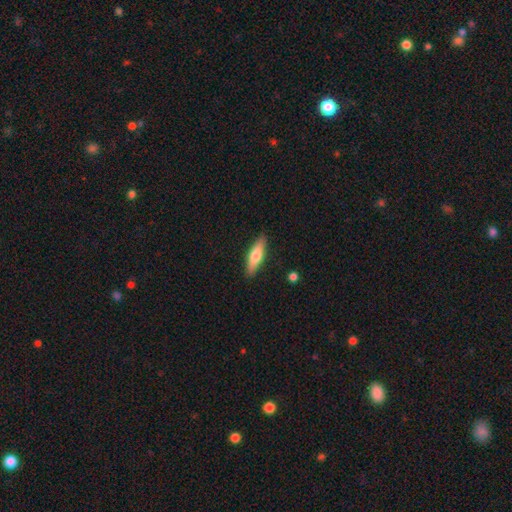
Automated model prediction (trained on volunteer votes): Smooth or featured?
  - smooth: 63% *
  - featured or disk: 31%
  - star or artifact: 6%
How rounded?
  - cigar-shaped: 64% *
  - in between: 34%
  - round: 2%
Merging?
  - none: 89% *
  - minor disturbance: 8%
  - major disturbance: 2%
  - merger: 1%